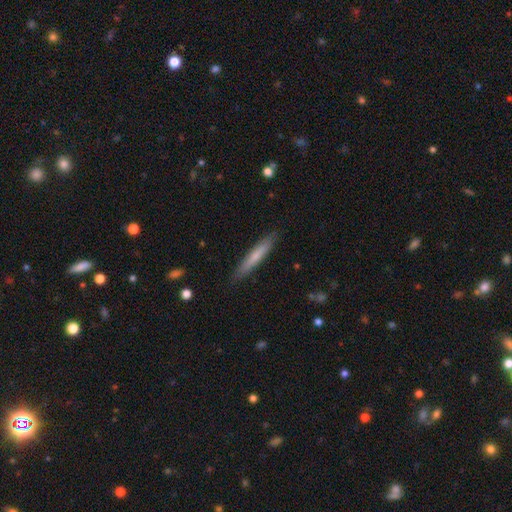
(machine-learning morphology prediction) type=smooth (67%); roundness=cigar-shaped (94%); merging=none (88%).